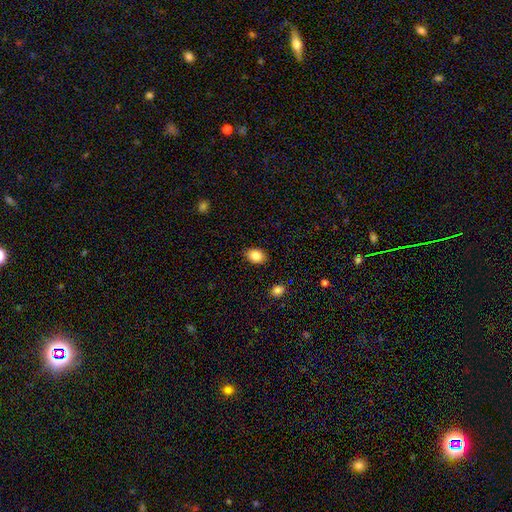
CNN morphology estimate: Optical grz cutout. It shows a smooth galaxy with no disk features (87%) that is in between round and cigar-shaped (69%). Merging: none (87%).